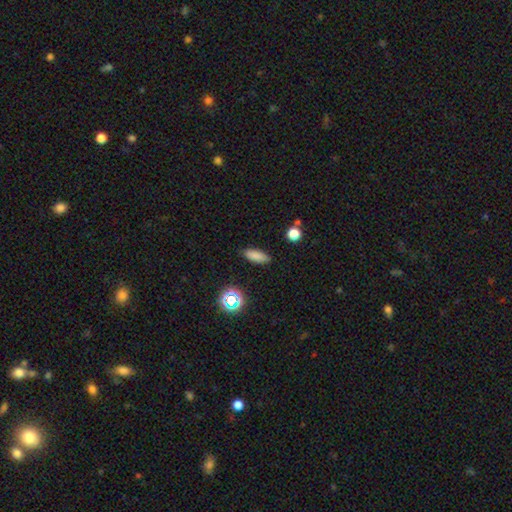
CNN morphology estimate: This is clearly a smooth galaxy (81%). How rounded: likely in between (71%). Merging: clearly none (87%).